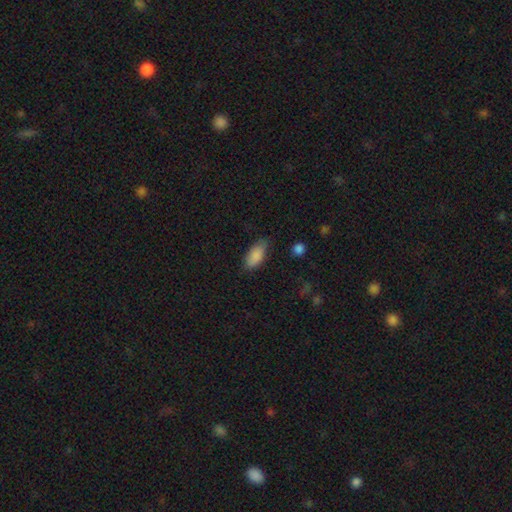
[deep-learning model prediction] Smooth or featured?
  - smooth: 87% *
  - star or artifact: 7%
  - featured or disk: 6%
How rounded?
  - in between: 86% *
  - cigar-shaped: 12%
  - round: 2%
Merging?
  - none: 76% *
  - minor disturbance: 19%
  - major disturbance: 4%
  - merger: 2%